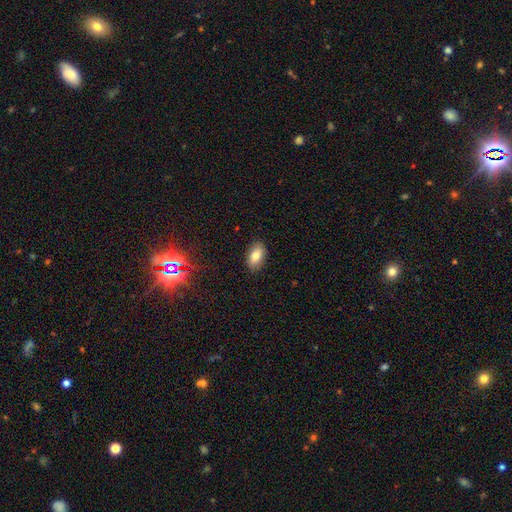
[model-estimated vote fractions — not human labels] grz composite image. It shows a smooth galaxy with no disk features (78%) that is in between round and cigar-shaped (92%). Merging: none (87%).